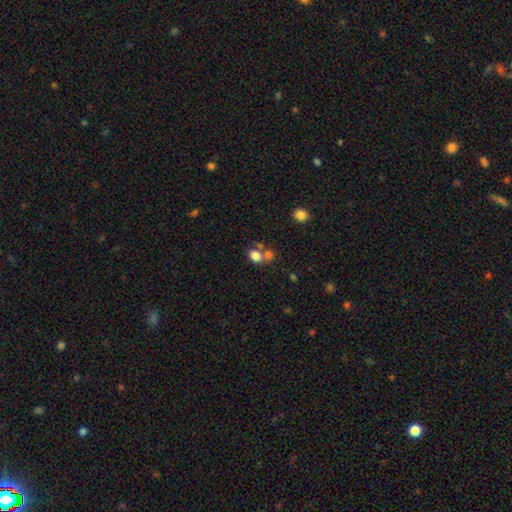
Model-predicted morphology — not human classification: Smooth or featured?
  - smooth: 80% *
  - star or artifact: 11%
  - featured or disk: 9%
How rounded?
  - in between: 53% *
  - round: 46%
  - cigar-shaped: 1%
Merging?
  - none: 44% *
  - merger: 42%
  - minor disturbance: 10%
  - major disturbance: 4%